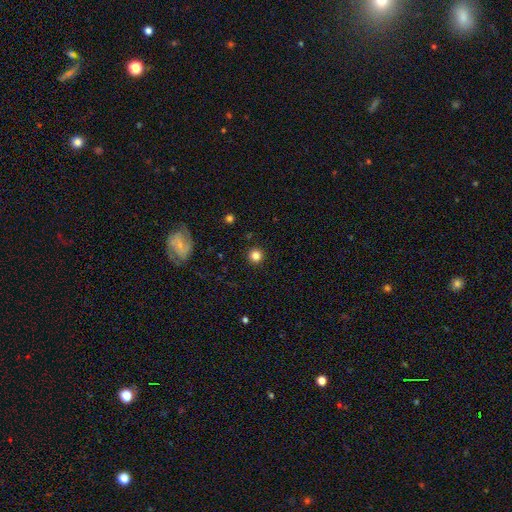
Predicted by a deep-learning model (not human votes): Smooth or featured: smooth — 83% (star or artifact — 12%)
How rounded: round — 95% (in between — 4%)
Merging: none — 92% (minor disturbance — 5%)